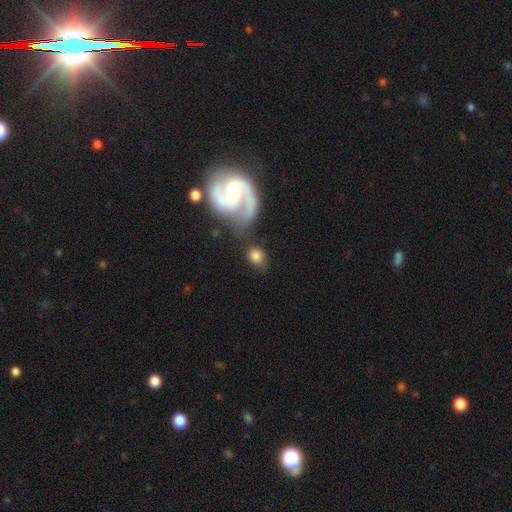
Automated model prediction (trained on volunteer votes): The model was most divided on "how rounded": round: 63%, in between: 36%, cigar-shaped: 2%. More confident: smooth or featured — smooth (68%); merging — none (64%).